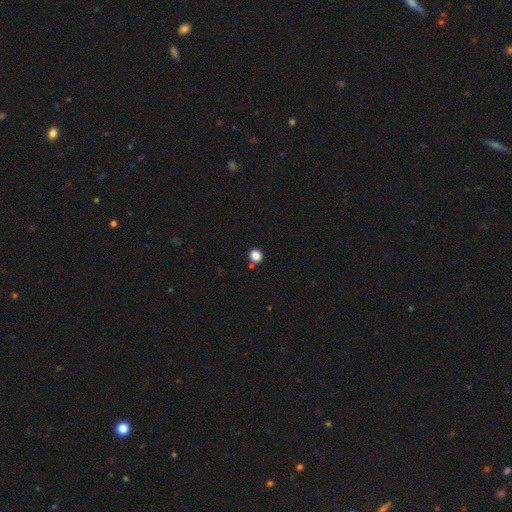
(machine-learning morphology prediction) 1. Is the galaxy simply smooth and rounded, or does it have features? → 84% smooth, 12% star or artifact, 4% featured or disk.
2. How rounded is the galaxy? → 80% round, 19% in between, 1% cigar-shaped.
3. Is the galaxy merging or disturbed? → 79% none, 9% merger, 9% minor disturbance, 3% major disturbance.